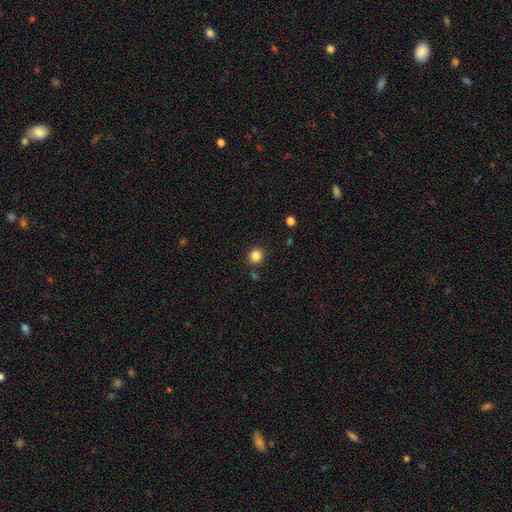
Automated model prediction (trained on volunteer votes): Smooth or featured? smooth (85%)
How rounded? round (88%)
Merging? none (86%)